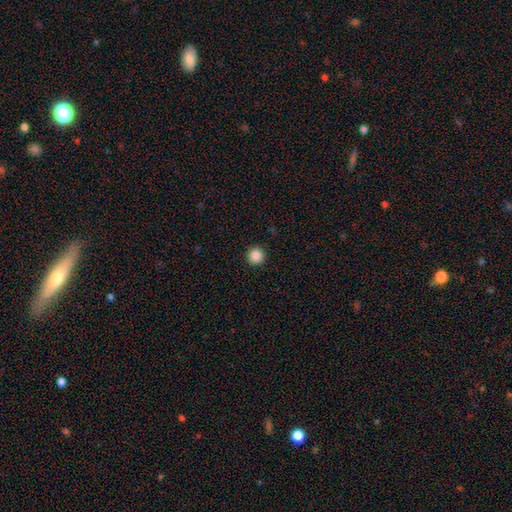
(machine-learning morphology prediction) Smooth or featured? Predicted: smooth (p=0.87). How rounded? Predicted: round (p=0.96). Merging? Predicted: none (p=0.93).